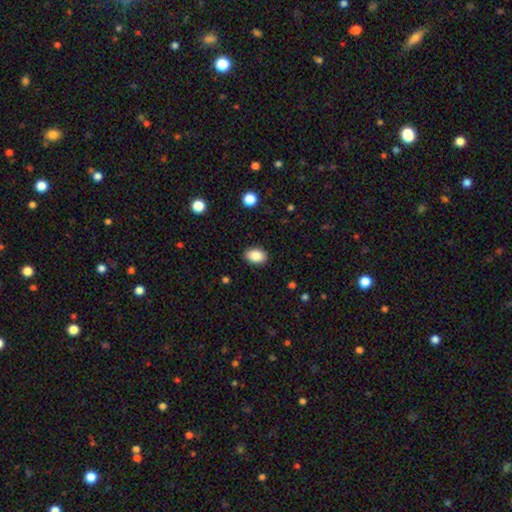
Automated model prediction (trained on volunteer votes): Smooth or featured? Predicted: smooth (p=0.87). How rounded? Predicted: in between (p=0.80). Merging? Predicted: none (p=0.88).